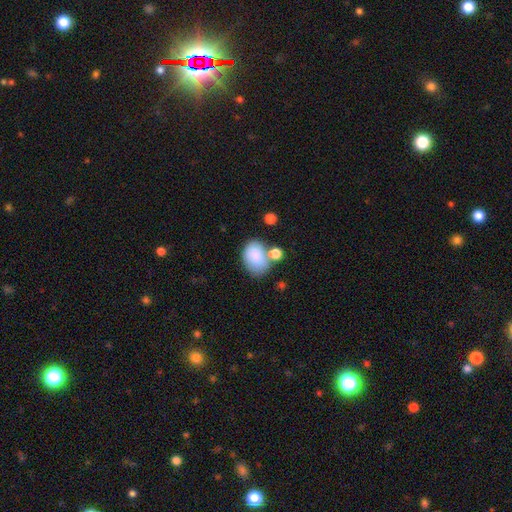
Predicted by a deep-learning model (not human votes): smooth-or-featured: smooth: 83% | featured or disk: 10% | star or artifact: 8%
  how-rounded: in between: 83% | round: 16% | cigar-shaped: 1%
  merging: none: 44% | merger: 28% | minor disturbance: 20% | major disturbance: 8%